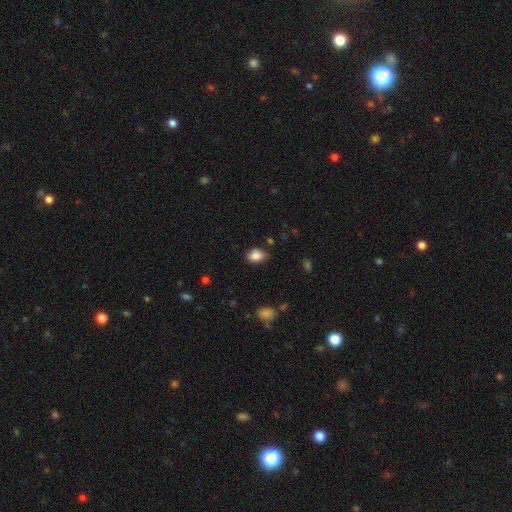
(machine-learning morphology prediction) This appears to be a smooth galaxy with no disk features (85%) that is in between round and cigar-shaped (75%). Merging: none (71%).